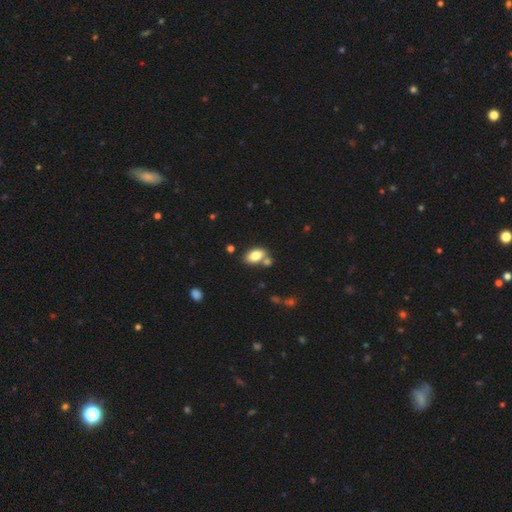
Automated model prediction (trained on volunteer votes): Smooth or featured?
  - smooth: 81% *
  - featured or disk: 10%
  - star or artifact: 8%
How rounded?
  - in between: 90% *
  - round: 8%
  - cigar-shaped: 2%
Merging?
  - none: 60% *
  - merger: 23%
  - minor disturbance: 13%
  - major disturbance: 4%